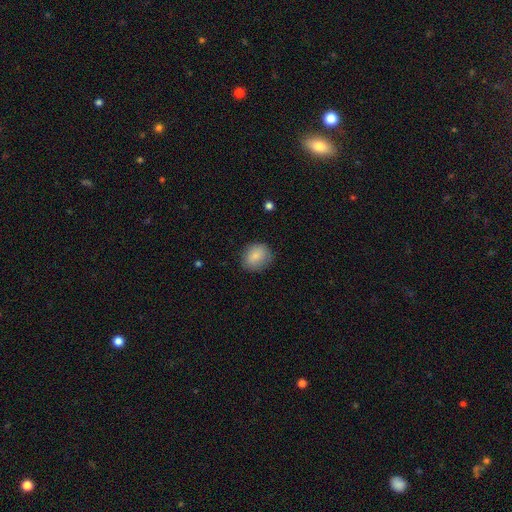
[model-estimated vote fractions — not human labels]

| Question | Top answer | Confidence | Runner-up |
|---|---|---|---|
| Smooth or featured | smooth | 83% | featured or disk (9%) |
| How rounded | round | 61% | in between (38%) |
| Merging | none | 81% | minor disturbance (14%) |